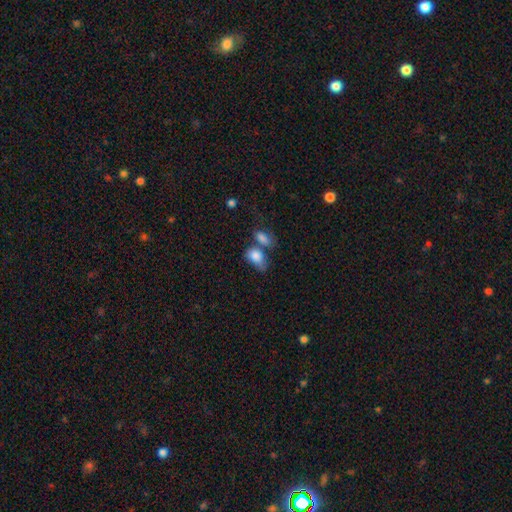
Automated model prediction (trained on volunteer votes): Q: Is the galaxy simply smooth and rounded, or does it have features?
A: smooth — 82%.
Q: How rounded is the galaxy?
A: in between — 83%.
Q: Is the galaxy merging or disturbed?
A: merger — 39%.